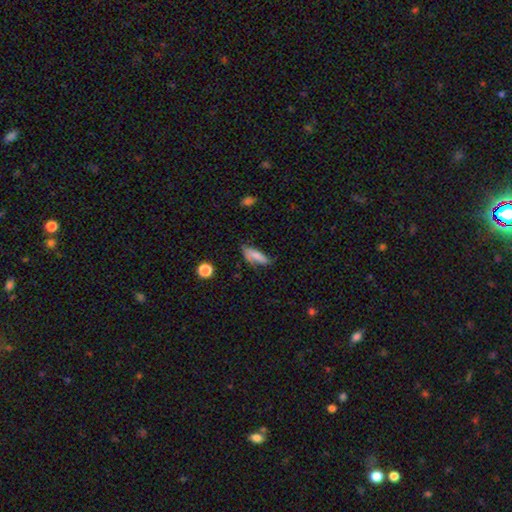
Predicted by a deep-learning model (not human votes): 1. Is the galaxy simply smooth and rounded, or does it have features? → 74% smooth, 17% featured or disk, 9% star or artifact.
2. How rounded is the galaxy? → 53% in between, 44% cigar-shaped, 3% round.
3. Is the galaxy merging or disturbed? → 44% none, 34% minor disturbance, 16% major disturbance, 7% merger.